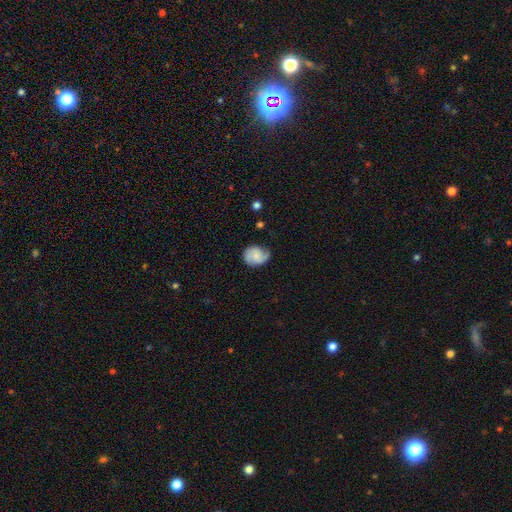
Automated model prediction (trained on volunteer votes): Smooth or featured? featured or disk (50%)
Edge-on disk? no (97%)
Merging? none (64%)